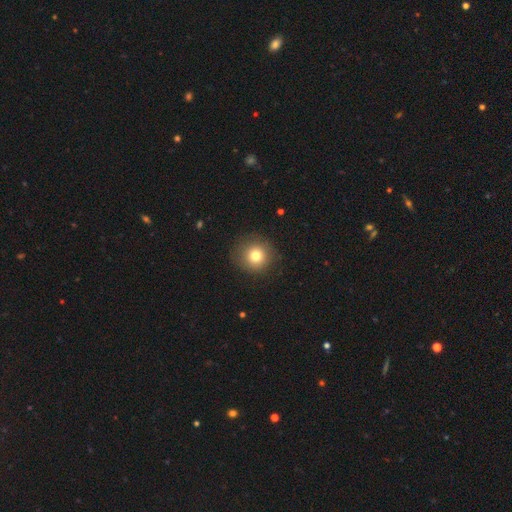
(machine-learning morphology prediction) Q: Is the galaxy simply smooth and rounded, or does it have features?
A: smooth — 78%.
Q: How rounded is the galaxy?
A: round — 93%.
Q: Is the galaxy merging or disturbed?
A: none — 88%.